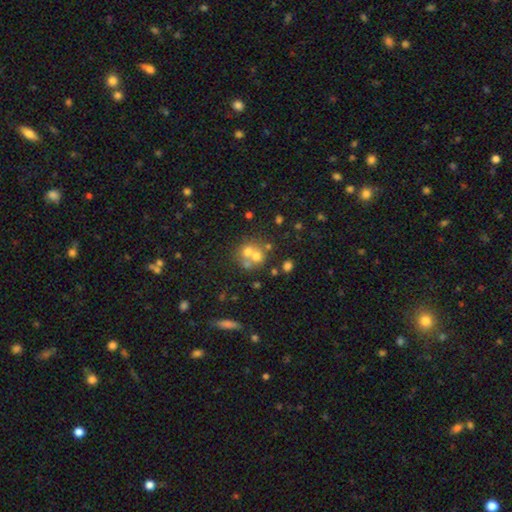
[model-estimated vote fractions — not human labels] Smooth or featured? smooth (55%)
How rounded? round (79%)
Merging? merger (51%)